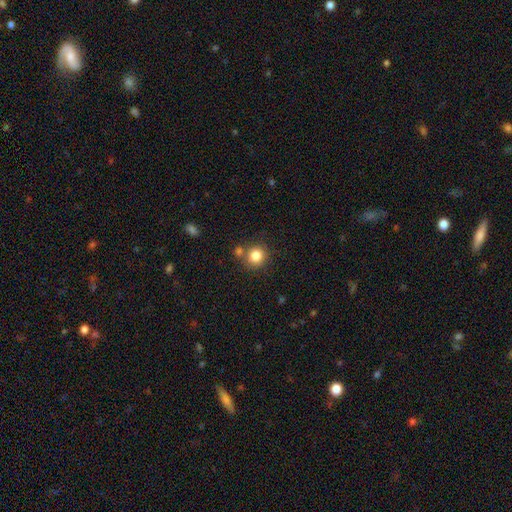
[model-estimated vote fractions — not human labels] Smooth or featured? smooth (83%)
How rounded? round (89%)
Merging? none (71%)